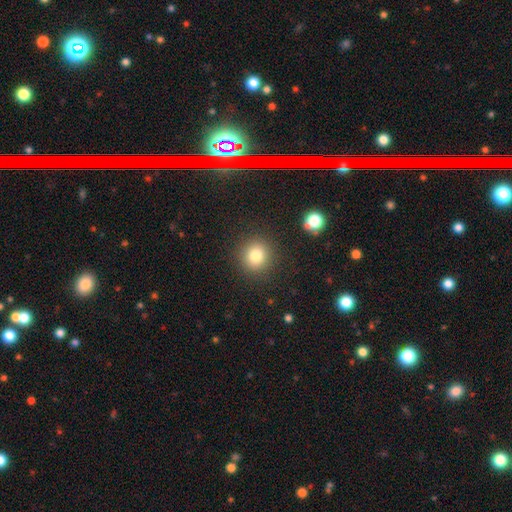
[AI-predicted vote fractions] smooth_or_featured: smooth (p=0.79) [alt: star or artifact p=0.12]
how_rounded: round (p=0.92) [alt: in between p=0.07]
merging: none (p=0.89) [alt: minor disturbance p=0.07]